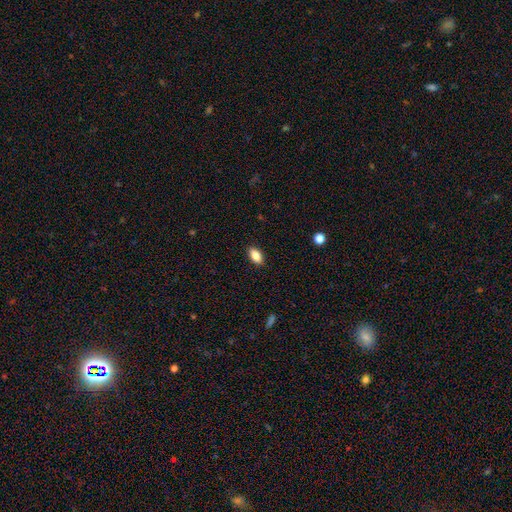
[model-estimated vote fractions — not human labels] Overall: smooth (87%). How rounded: in between (91%). Merging: none (89%).